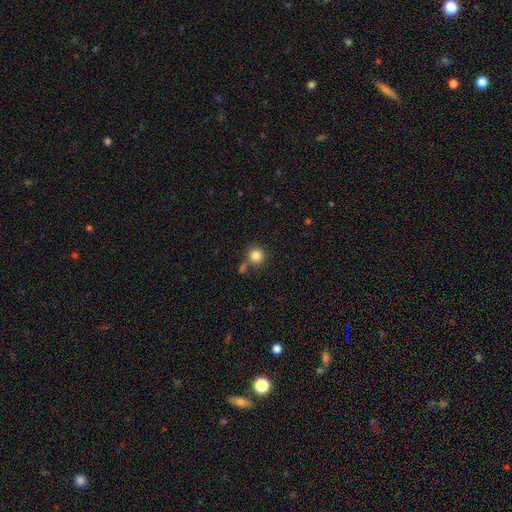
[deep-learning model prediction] This appears to be a smooth galaxy with no disk features (83%) that is round (94%). Merging: none (75%).